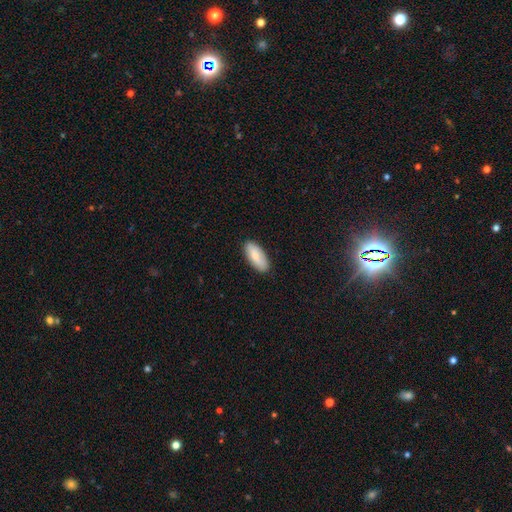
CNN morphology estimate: smooth 78%, featured or disk 16%, star or artifact 6%. Down the decision tree: how rounded — in between (85%); merging — none (87%).